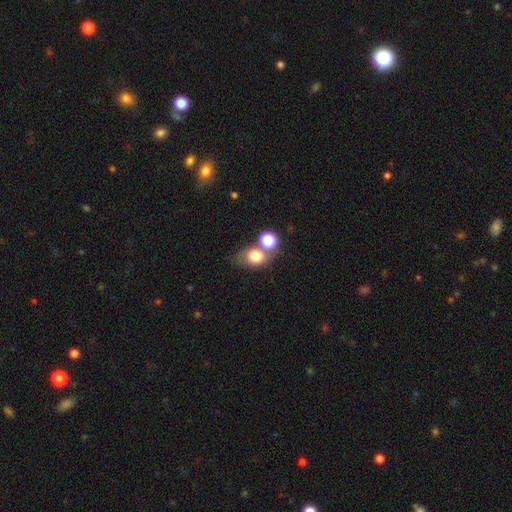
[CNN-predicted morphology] type=smooth (75%); roundness=in between (55%); merging=none (44%).